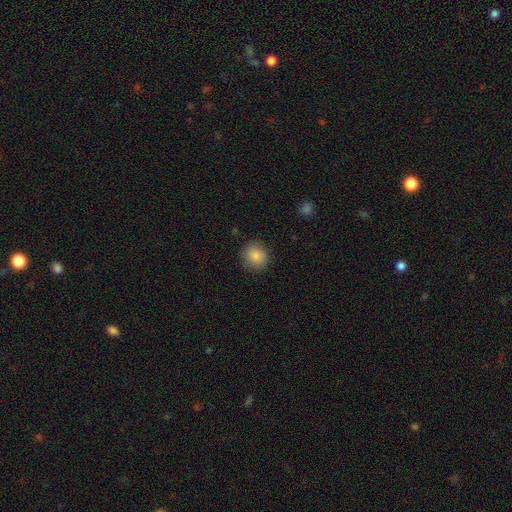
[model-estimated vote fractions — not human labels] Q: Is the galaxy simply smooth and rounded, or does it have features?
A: smooth — 86%.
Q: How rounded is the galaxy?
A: round — 85%.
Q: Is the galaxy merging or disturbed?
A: none — 86%.